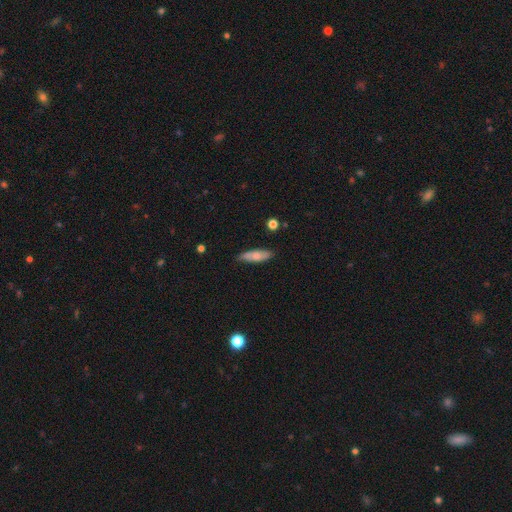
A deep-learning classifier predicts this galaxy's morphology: Q: Smooth or featured?
A: smooth (64%); runner-up: featured or disk (30%)
Q: How rounded?
A: cigar-shaped (50%); runner-up: in between (48%)
Q: Merging?
A: none (77%); runner-up: minor disturbance (18%)